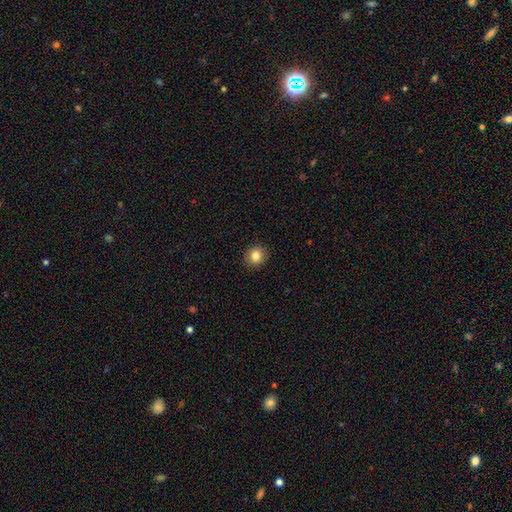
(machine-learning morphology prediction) smooth_or_featured: smooth (p=0.83) [alt: star or artifact p=0.10]
how_rounded: round (p=0.84) [alt: in between p=0.15]
merging: none (p=0.91) [alt: minor disturbance p=0.06]